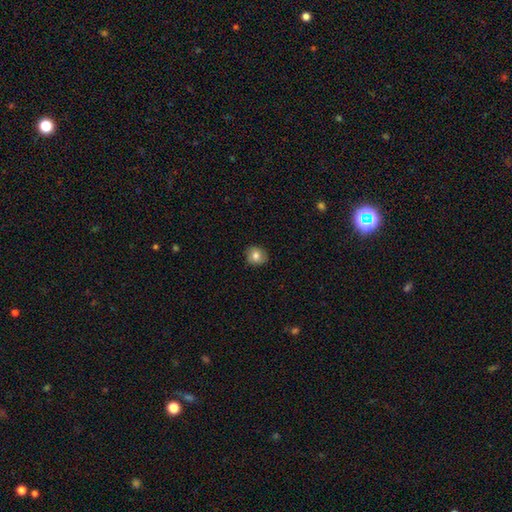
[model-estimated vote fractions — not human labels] This appears to be a smooth galaxy with no disk features (78%) that is round (76%). Merging: none (85%).